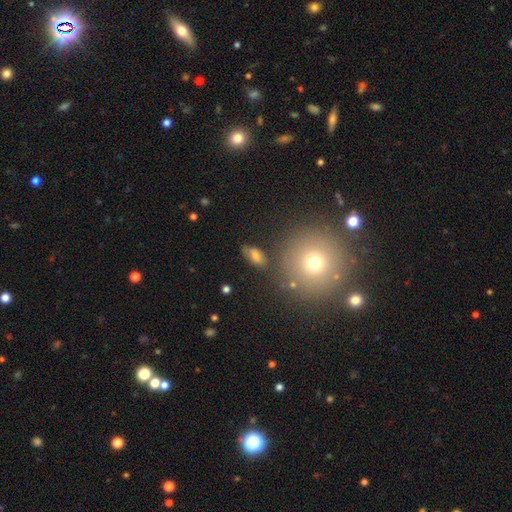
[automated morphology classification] Smooth or featured: smooth — 70% (featured or disk — 18%)
How rounded: in between — 86% (round — 8%)
Merging: none — 72% (minor disturbance — 17%)